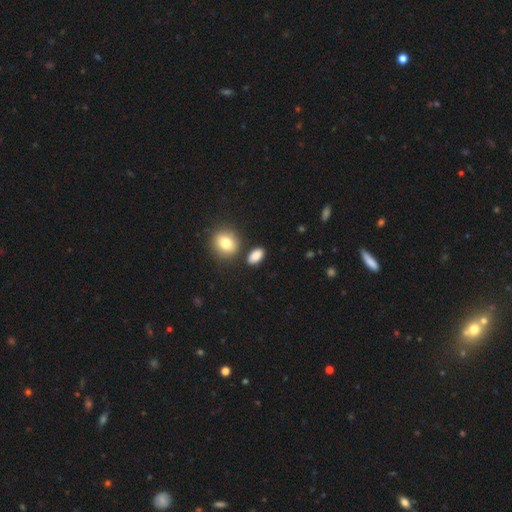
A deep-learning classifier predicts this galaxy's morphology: smooth-or-featured: smooth: 86% | star or artifact: 9% | featured or disk: 5%
  how-rounded: in between: 84% | round: 12% | cigar-shaped: 4%
  merging: none: 80% | minor disturbance: 11% | merger: 6% | major disturbance: 3%